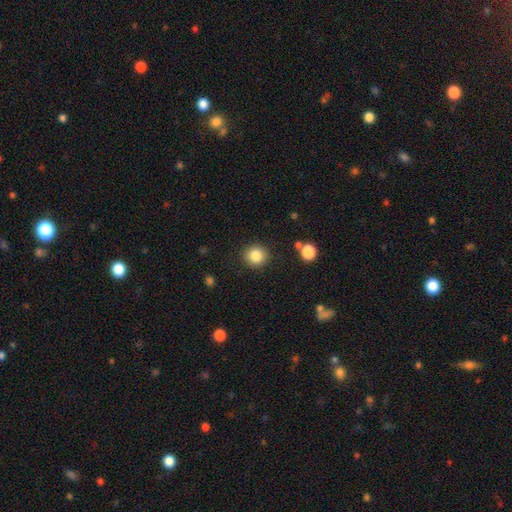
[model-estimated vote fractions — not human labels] This appears to be a smooth galaxy with no disk features (84%) that is round (89%). Merging: none (89%).